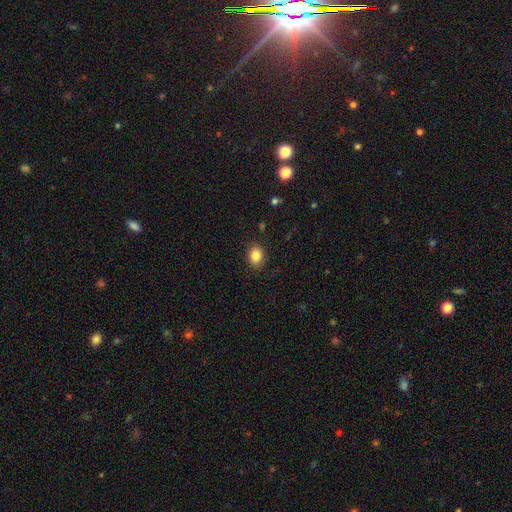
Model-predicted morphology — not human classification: This is clearly a smooth galaxy (85%). How rounded: possibly in between (56%). Merging: clearly none (87%).